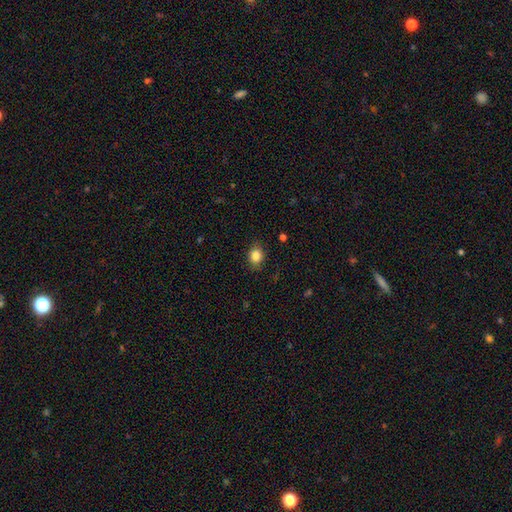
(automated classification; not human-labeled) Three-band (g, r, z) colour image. It shows a smooth galaxy with no disk features (85%) that is round (56%). Merging: none (82%).